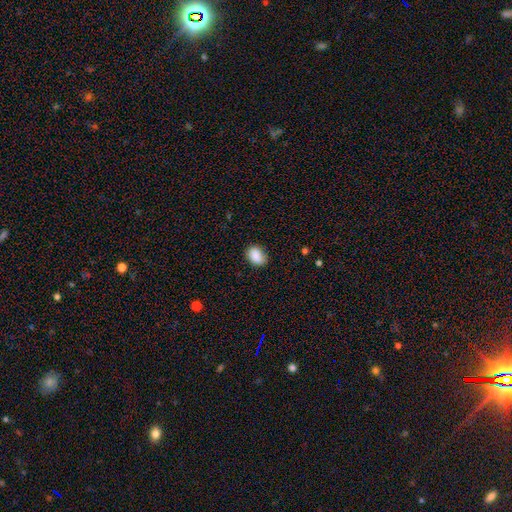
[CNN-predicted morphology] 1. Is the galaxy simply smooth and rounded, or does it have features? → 89% smooth, 7% star or artifact, 4% featured or disk.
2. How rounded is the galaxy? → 75% in between, 24% round, 1% cigar-shaped.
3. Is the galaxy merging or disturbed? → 82% none, 14% minor disturbance, 3% major disturbance, 1% merger.